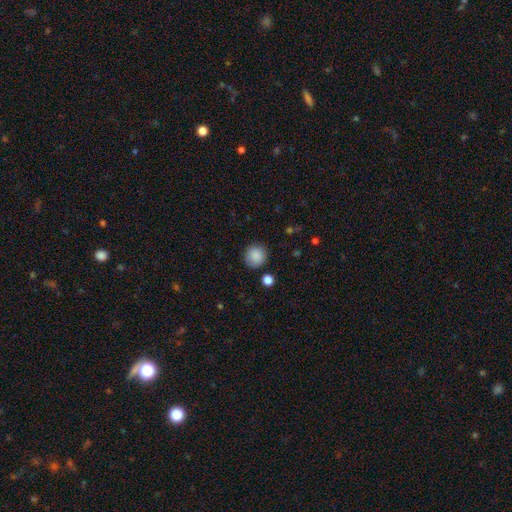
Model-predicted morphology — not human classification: This is clearly a smooth galaxy (88%). How rounded: clearly round (93%). Merging: clearly none (87%).